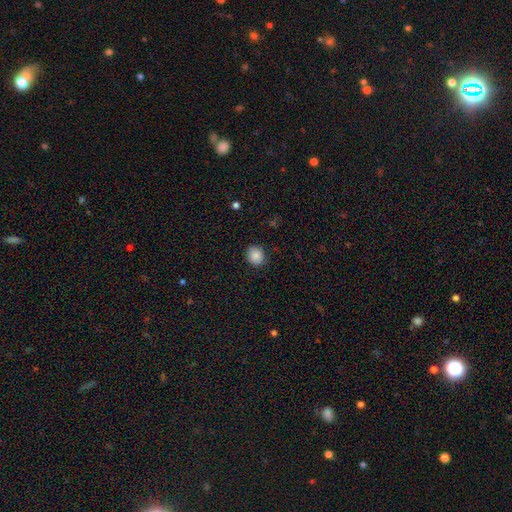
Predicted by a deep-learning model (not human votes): The model was most divided on "how rounded": round: 71%, in between: 28%, cigar-shaped: 1%. More confident: merging — none (87%); smooth or featured — smooth (87%).